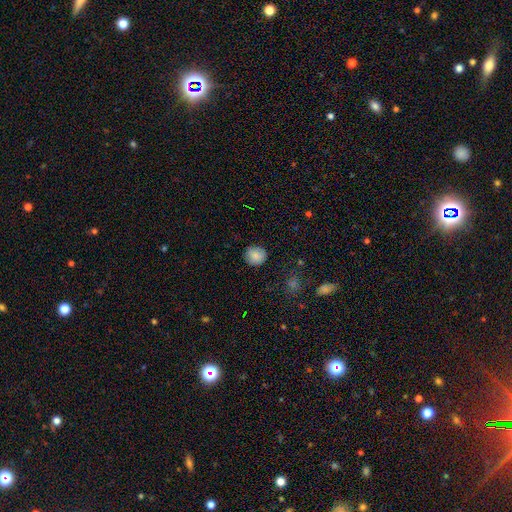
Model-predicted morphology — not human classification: This appears to be a smooth galaxy with no disk features (85%) that is round (85%). Merging: none (86%).